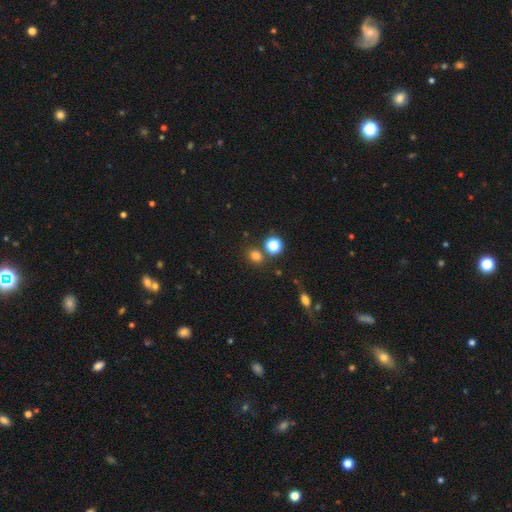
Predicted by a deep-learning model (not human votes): Smooth or featured? Predicted: smooth (p=0.75). How rounded? Predicted: round (p=0.58). Merging? Predicted: none (p=0.76).